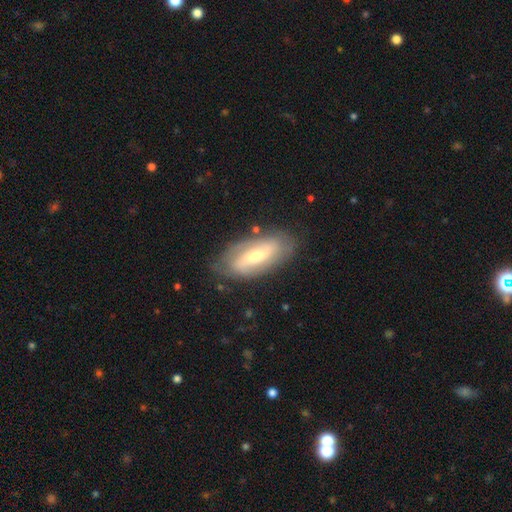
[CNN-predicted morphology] smooth_or_featured: featured or disk (p=0.64) [alt: smooth p=0.30]
disk_edge_on: no (p=0.89) [alt: yes p=0.11]
bar: weak (p=0.39) [alt: strong p=0.34]
has_spiral_arms: yes (p=0.79) [alt: no p=0.21]
bulge_size: moderate (p=0.48) [alt: small p=0.41]
merging: none (p=0.75) [alt: minor disturbance p=0.17]